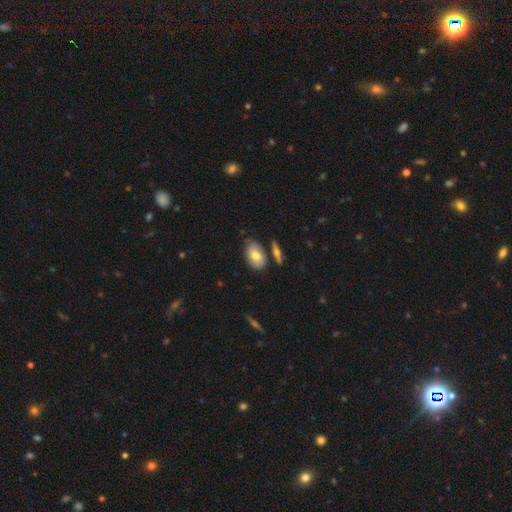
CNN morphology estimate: Smooth or featured?
  - smooth: 71% *
  - featured or disk: 22%
  - star or artifact: 7%
How rounded?
  - in between: 88% *
  - round: 9%
  - cigar-shaped: 2%
Merging?
  - none: 62% *
  - minor disturbance: 23%
  - merger: 11%
  - major disturbance: 5%